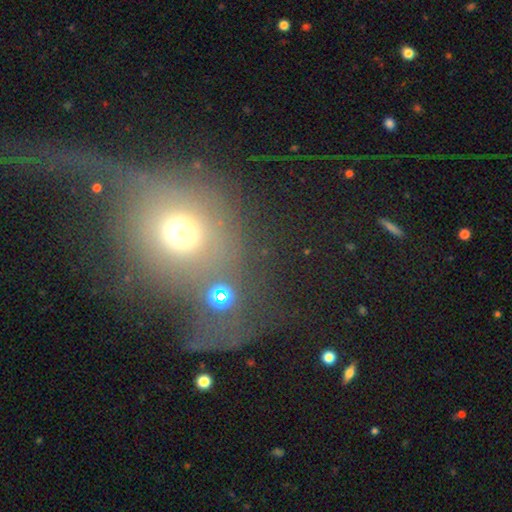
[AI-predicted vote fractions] A smooth galaxy with no disk features (50%) that is round (76%).

Vote fractions:
- Smooth or featured? smooth: 50% / star or artifact: 29% / featured or disk: 21%
- How rounded? round: 76% / in between: 22% / cigar-shaped: 2%
- Merging? none: 38% / merger: 28% / major disturbance: 21% / minor disturbance: 13%